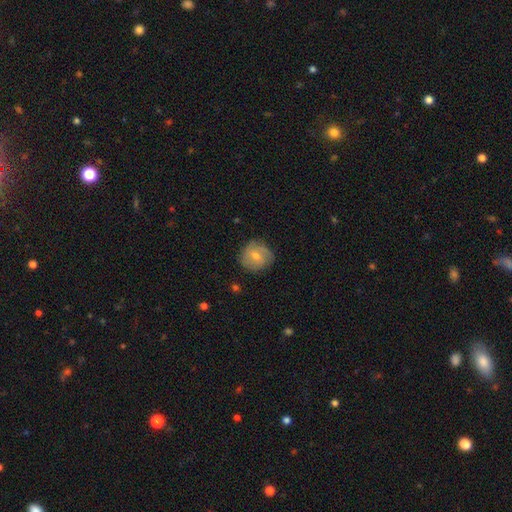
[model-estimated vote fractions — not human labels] smooth-or-featured: smooth: 48% | featured or disk: 42% | star or artifact: 9%
  merging: none: 78% | minor disturbance: 16% | major disturbance: 4% | merger: 1%